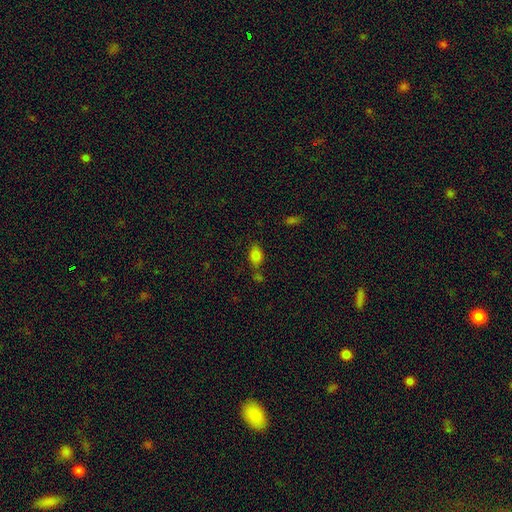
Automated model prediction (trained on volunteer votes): Smooth or featured: smooth — 81% (star or artifact — 12%)
How rounded: in between — 77% (round — 21%)
Merging: none — 61% (minor disturbance — 17%)